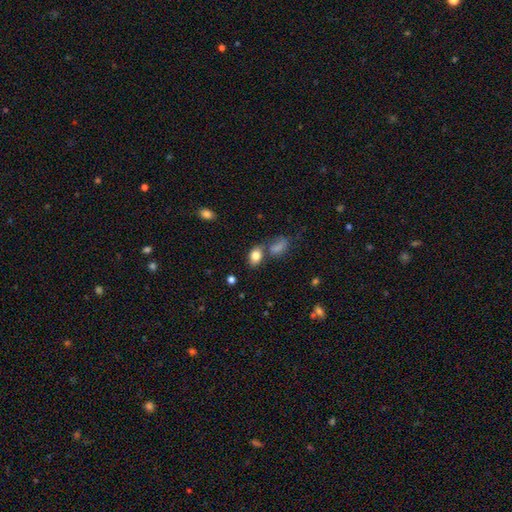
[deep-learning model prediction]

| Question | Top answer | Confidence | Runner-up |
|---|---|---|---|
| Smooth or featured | smooth | 81% | featured or disk (9%) |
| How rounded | in between | 82% | round (16%) |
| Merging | none | 54% | merger (26%) |